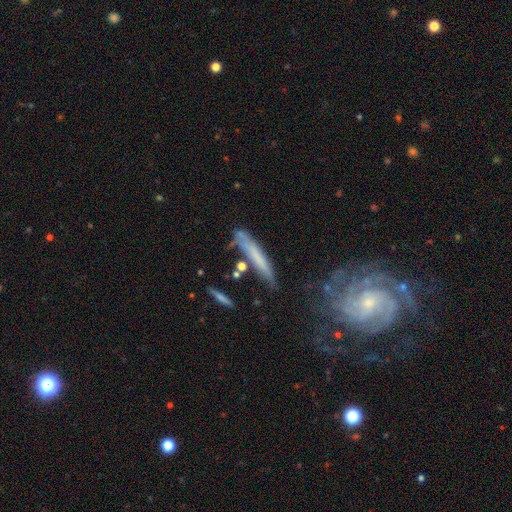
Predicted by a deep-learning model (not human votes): This appears to be a smooth galaxy with no disk features (56%) that is cigar-shaped (91%). Merging: none (67%).